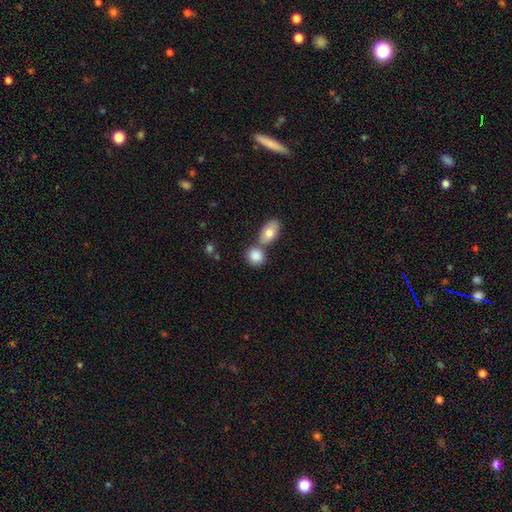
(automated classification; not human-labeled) Smooth or featured? smooth (84%)
How rounded? round (52%)
Merging? none (47%)